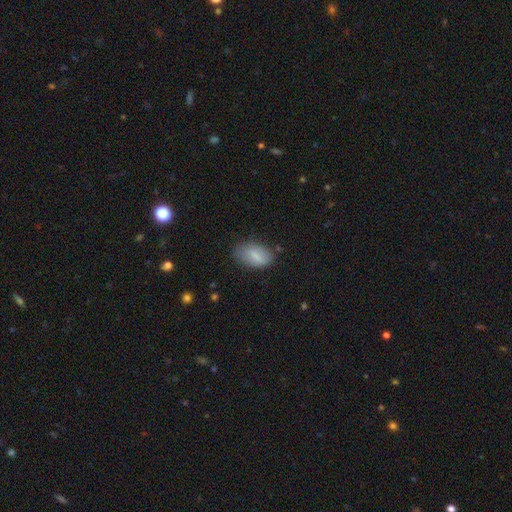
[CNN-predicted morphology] Q: Smooth or featured?
A: smooth (74%); runner-up: featured or disk (19%)
Q: How rounded?
A: in between (90%); runner-up: round (6%)
Q: Merging?
A: none (67%); runner-up: minor disturbance (24%)